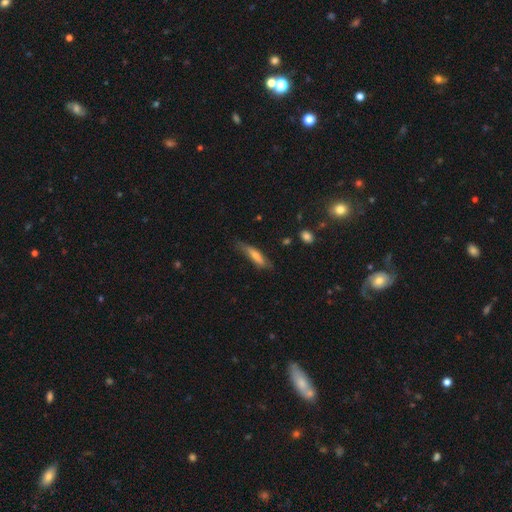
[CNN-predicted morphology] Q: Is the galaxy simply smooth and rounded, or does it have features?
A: smooth — 61%.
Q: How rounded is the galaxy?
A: cigar-shaped — 76%.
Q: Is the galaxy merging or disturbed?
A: none — 63%.